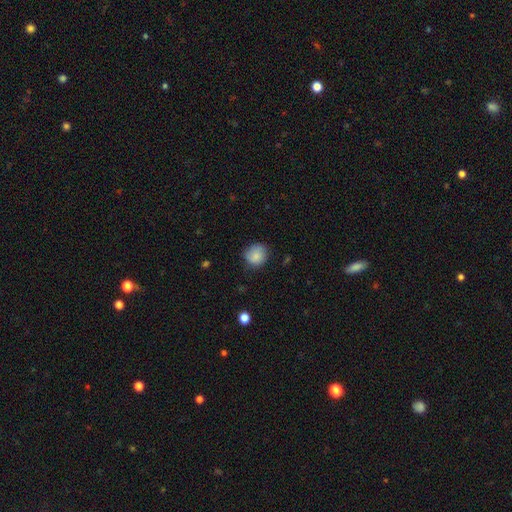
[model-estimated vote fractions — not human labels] smooth_or_featured: smooth (p=0.83) [alt: featured or disk p=0.09]
how_rounded: round (p=0.85) [alt: in between p=0.14]
merging: none (p=0.74) [alt: minor disturbance p=0.21]